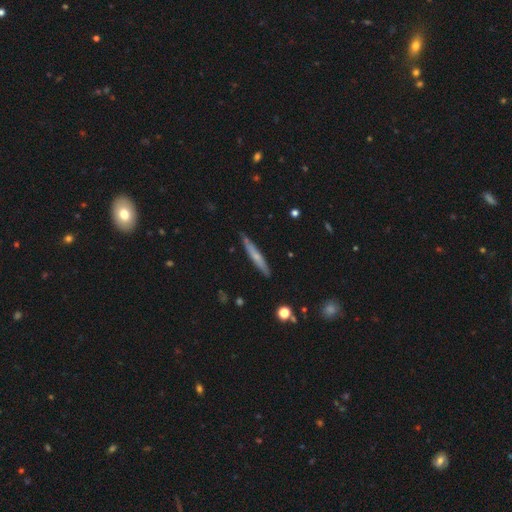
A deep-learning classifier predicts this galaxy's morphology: Smooth or featured? Predicted: smooth (p=0.52). How rounded? Predicted: cigar-shaped (p=0.94). Merging? Predicted: none (p=0.86).